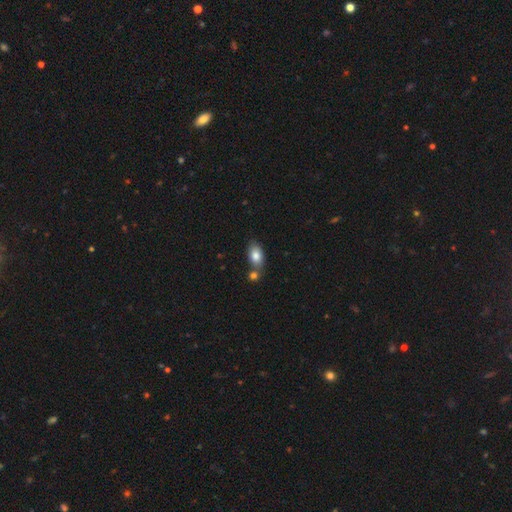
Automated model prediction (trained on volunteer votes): smooth_or_featured: smooth (p=0.82) [alt: featured or disk p=0.10]
how_rounded: in between (p=0.87) [alt: round p=0.11]
merging: none (p=0.55) [alt: merger p=0.28]